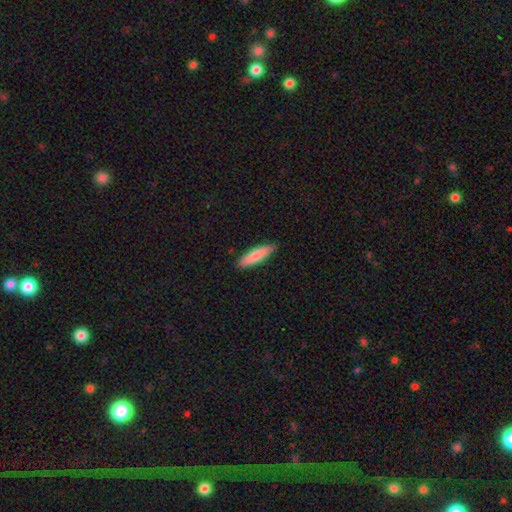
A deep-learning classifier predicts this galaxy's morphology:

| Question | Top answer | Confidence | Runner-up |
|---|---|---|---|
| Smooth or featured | smooth | 81% | featured or disk (14%) |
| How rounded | cigar-shaped | 69% | in between (29%) |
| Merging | none | 87% | minor disturbance (10%) |